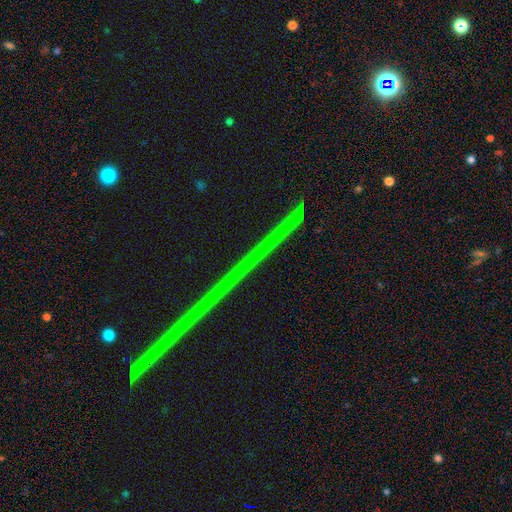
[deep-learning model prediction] This is clearly a star or artifact rather than a galaxy (83%).